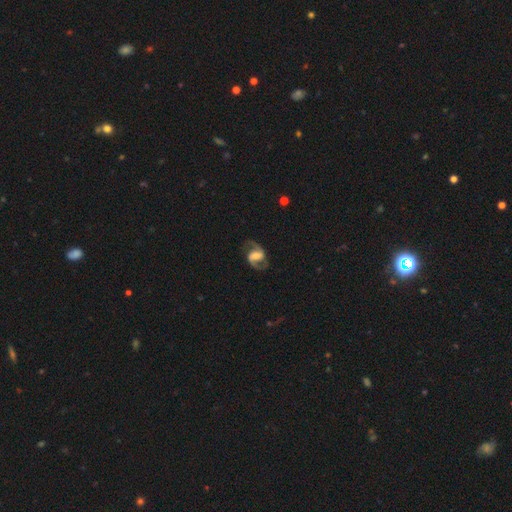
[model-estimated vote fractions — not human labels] A featured or disk galaxy (87%) with a weak bar (45%), 2 (93%) medium (56%) spiral arms (96%) and a moderate central bulge (39%). Merging: none (80%).